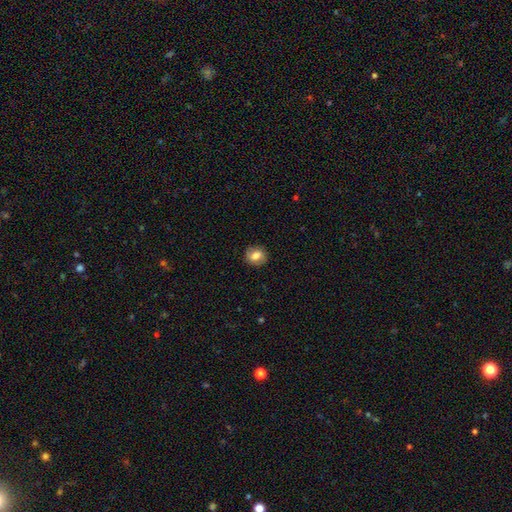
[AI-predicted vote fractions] The model was most divided on "how rounded": round: 65%, in between: 34%, cigar-shaped: 1%. More confident: merging — none (84%); smooth or featured — smooth (64%).